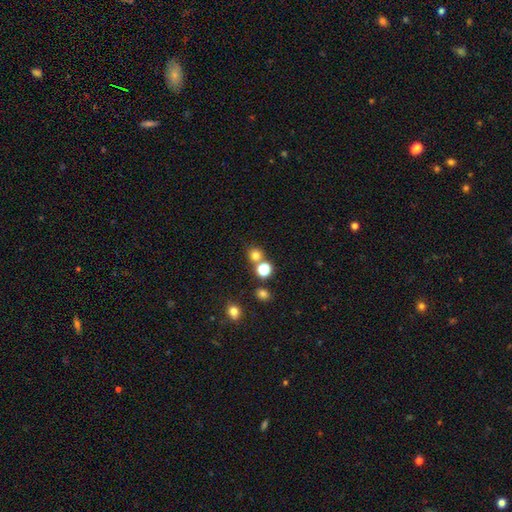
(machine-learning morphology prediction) This is likely a smooth galaxy (74%). How rounded: clearly round (88%). Merging: likely none (67%).